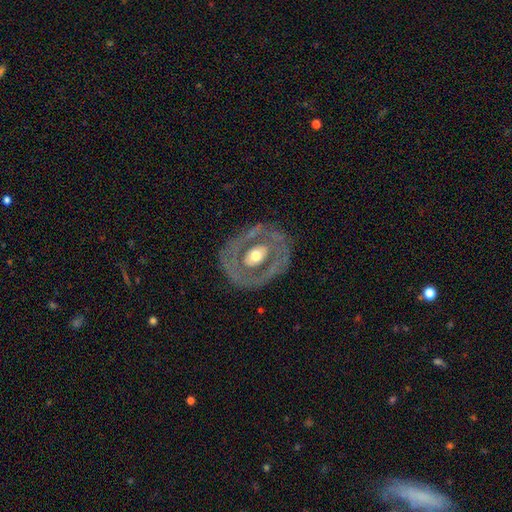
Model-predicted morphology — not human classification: featured or disk 70%, smooth 25%, star or artifact 5%. Down the decision tree: edge-on disk — no (94%); bar — no (71%); spiral arms — no (71%); bulge size — moderate (67%); merging — none (74%).